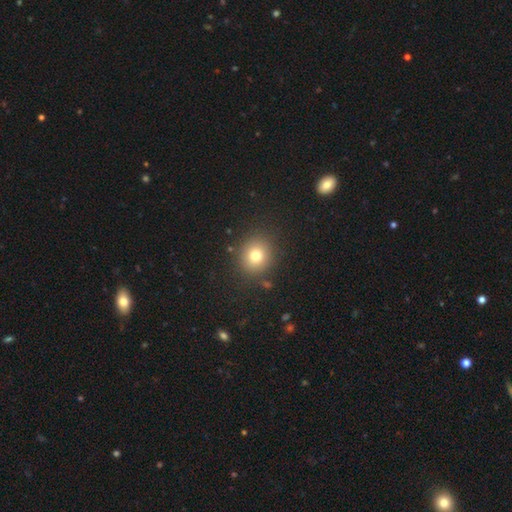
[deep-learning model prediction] Smooth or featured: smooth — 77% (star or artifact — 14%)
How rounded: round — 84% (in between — 15%)
Merging: none — 87% (minor disturbance — 8%)